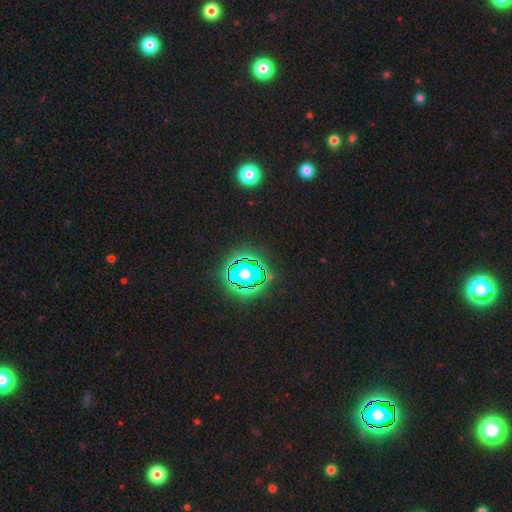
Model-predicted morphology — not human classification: smooth_or_featured: star or artifact (p=0.81) [alt: smooth p=0.12]